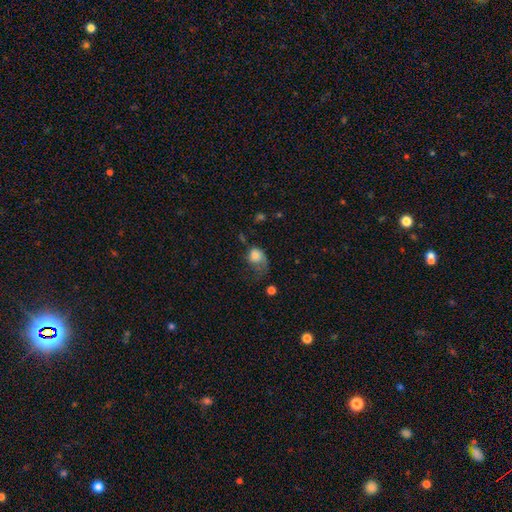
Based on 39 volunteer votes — Smooth or featured? 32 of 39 (82%) said smooth. How rounded? 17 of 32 (53%) said in between. Merging? 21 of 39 (54%) said major disturbance.